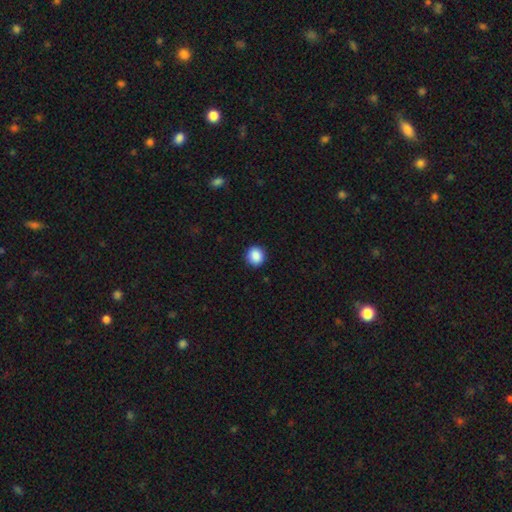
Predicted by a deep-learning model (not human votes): The model was most divided on "smooth or featured": smooth: 88%, star or artifact: 9%, featured or disk: 3%. More confident: merging — none (91%); how rounded — round (90%).